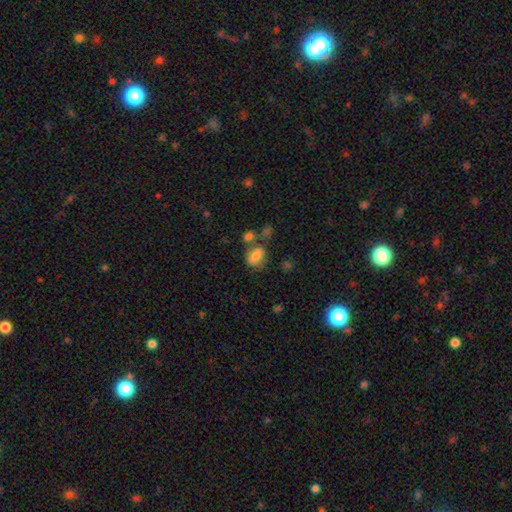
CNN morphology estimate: smooth-or-featured: smooth: 75% | featured or disk: 15% | star or artifact: 10%
  how-rounded: in between: 71% | round: 27% | cigar-shaped: 2%
  merging: none: 50% | merger: 21% | minor disturbance: 19% | major disturbance: 9%